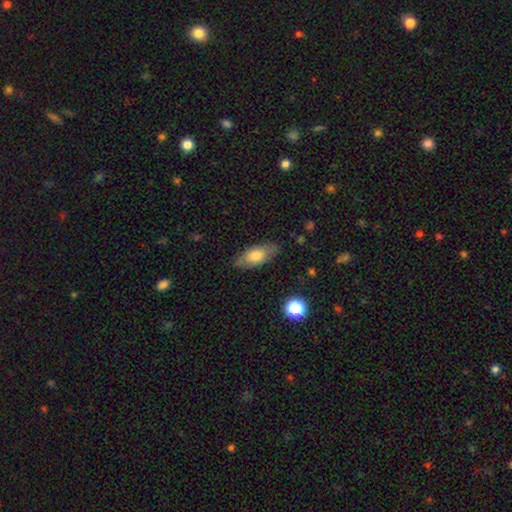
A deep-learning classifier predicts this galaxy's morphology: A smooth galaxy with no disk features (69%) that is in between round and cigar-shaped (85%).

Vote fractions:
- Smooth or featured? smooth: 69% / featured or disk: 25% / star or artifact: 7%
- How rounded? in between: 85% / cigar-shaped: 12% / round: 4%
- Merging? none: 78% / minor disturbance: 17% / major disturbance: 4% / merger: 1%